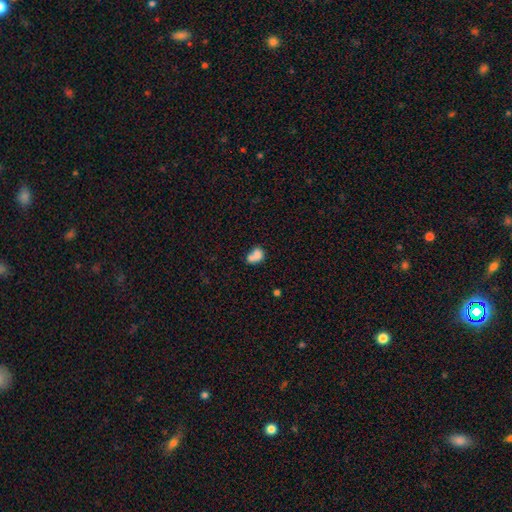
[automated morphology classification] Smooth or featured? Predicted: smooth (p=0.75). How rounded? Predicted: in between (p=0.64). Merging? Predicted: merger (p=0.57).